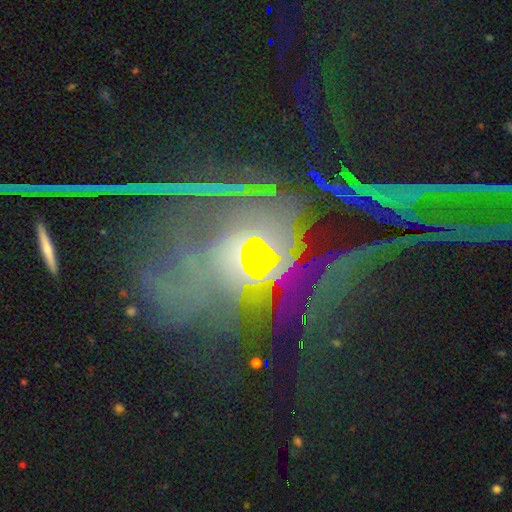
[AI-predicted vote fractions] This appears to be a featured or disk galaxy (46%). Merging: none (61%).